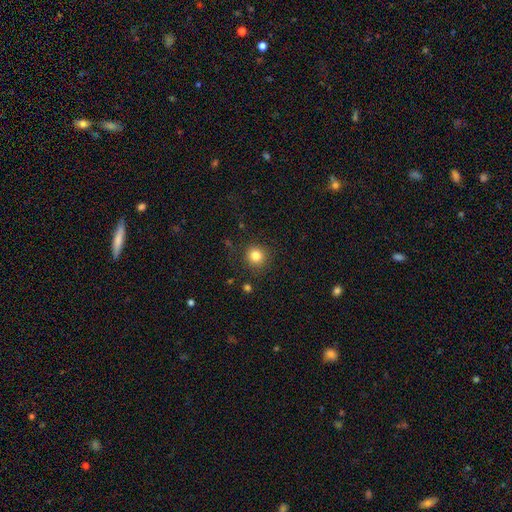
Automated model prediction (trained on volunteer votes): Smooth or featured: smooth — 82% (star or artifact — 12%)
How rounded: round — 93% (in between — 6%)
Merging: none — 89% (minor disturbance — 7%)